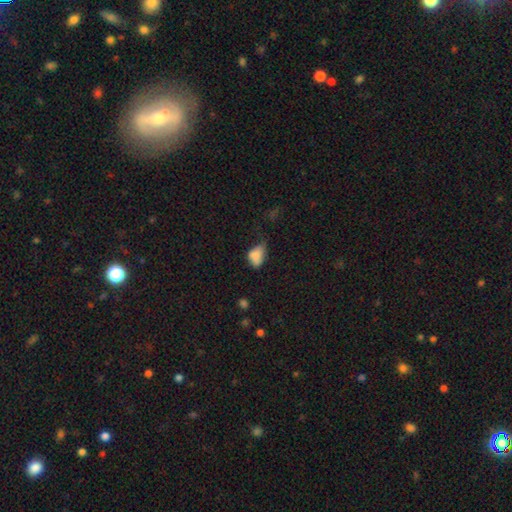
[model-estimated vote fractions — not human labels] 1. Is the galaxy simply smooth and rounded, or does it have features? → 77% smooth, 13% featured or disk, 10% star or artifact.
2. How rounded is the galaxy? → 83% in between, 15% round, 2% cigar-shaped.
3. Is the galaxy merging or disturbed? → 40% minor disturbance, 27% major disturbance, 26% none, 7% merger.